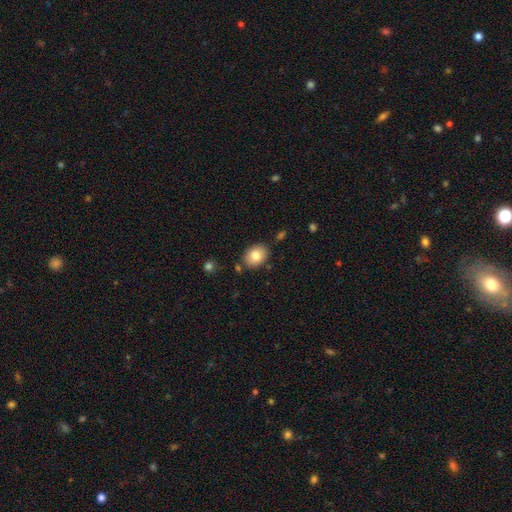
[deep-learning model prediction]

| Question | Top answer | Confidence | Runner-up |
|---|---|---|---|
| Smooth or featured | smooth | 79% | featured or disk (12%) |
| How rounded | in between | 66% | round (33%) |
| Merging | none | 82% | minor disturbance (11%) |